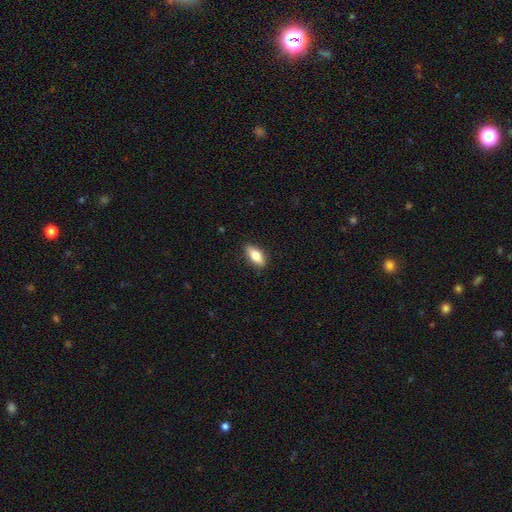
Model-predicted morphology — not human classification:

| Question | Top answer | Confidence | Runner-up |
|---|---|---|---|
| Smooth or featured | smooth | 76% | featured or disk (17%) |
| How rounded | in between | 81% | cigar-shaped (16%) |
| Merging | none | 86% | minor disturbance (10%) |